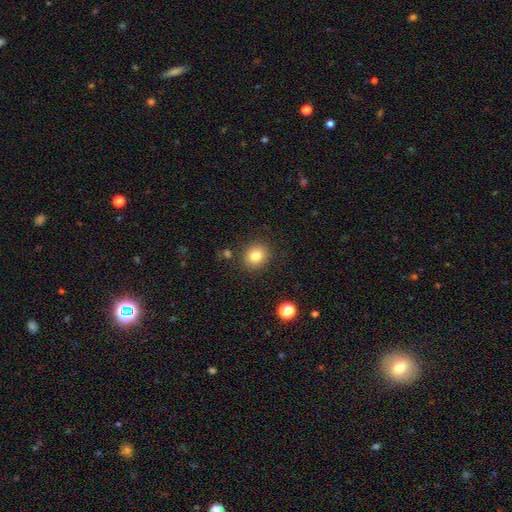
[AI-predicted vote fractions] This appears to be a smooth galaxy with no disk features (81%) that is round (77%). Merging: none (87%).